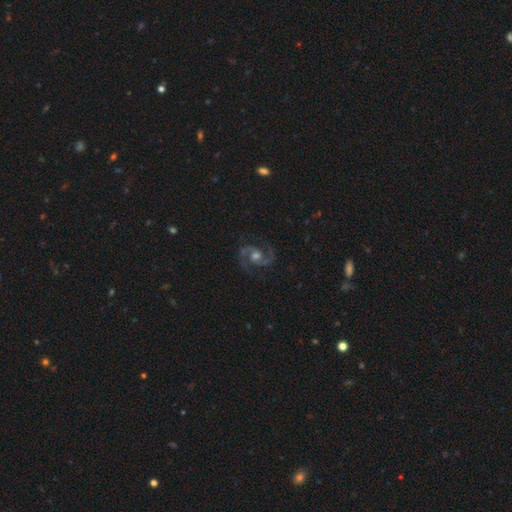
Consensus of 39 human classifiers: Volunteers were most divided on "bar": no: 54%, weak: 32%, strong: 14%. More confident: edge-on disk — no (100%); spiral arms — yes (100%); spiral arm count — 2 (97%); smooth or featured — featured or disk (95%); merging — none (92%); spiral winding — medium (76%); bulge size — moderate (62%).